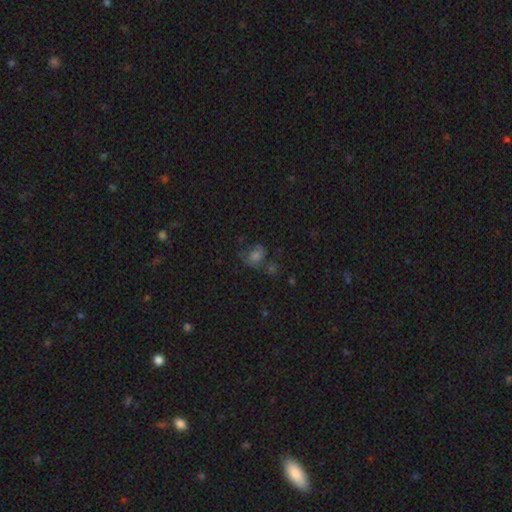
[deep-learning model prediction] A smooth galaxy with no disk features (58%) that is in between round and cigar-shaped (56%).

Vote fractions:
- Smooth or featured? smooth: 58% / star or artifact: 27% / featured or disk: 16%
- How rounded? in between: 56% / round: 42% / cigar-shaped: 2%
- Merging? none: 45% / minor disturbance: 22% / major disturbance: 18% / merger: 15%